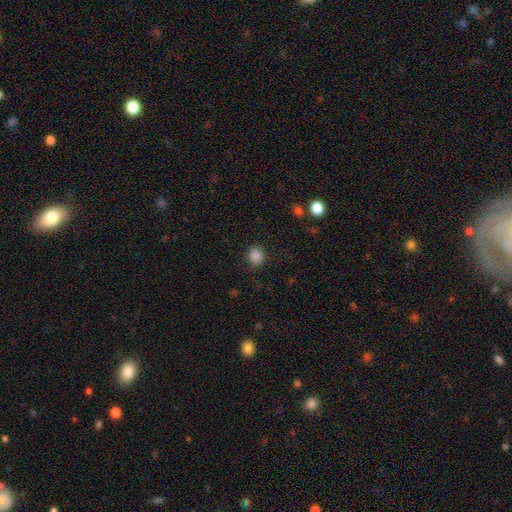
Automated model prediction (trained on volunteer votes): A smooth galaxy with no disk features (85%) that is round (72%).

Vote fractions:
- Smooth or featured? smooth: 85% / star or artifact: 11% / featured or disk: 4%
- How rounded? round: 72% / in between: 27% / cigar-shaped: 1%
- Merging? none: 86% / minor disturbance: 10% / major disturbance: 3% / merger: 1%